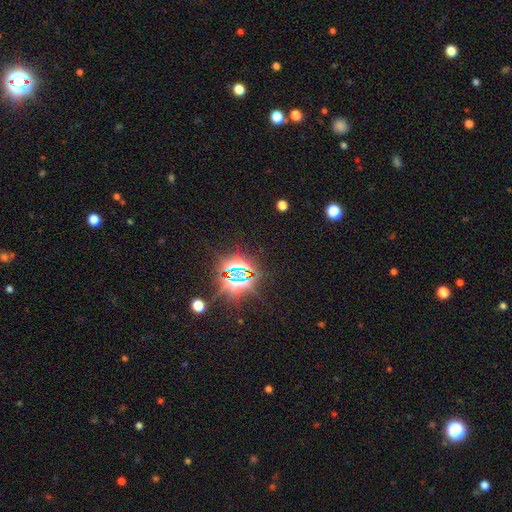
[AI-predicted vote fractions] Smooth or featured? Predicted: star or artifact (p=0.83).